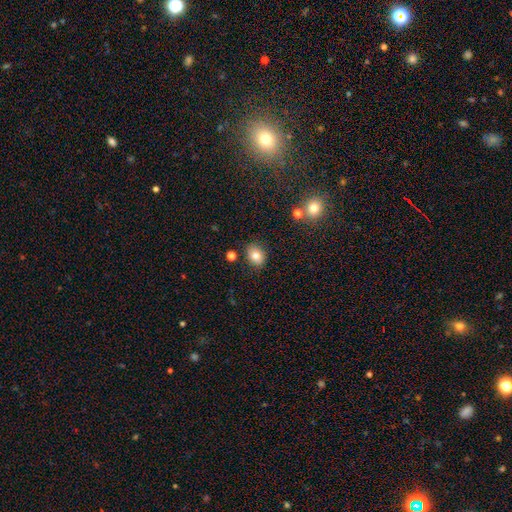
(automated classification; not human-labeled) This appears to be a smooth galaxy with no disk features (79%) that is in between round and cigar-shaped (54%). Merging: none (83%).